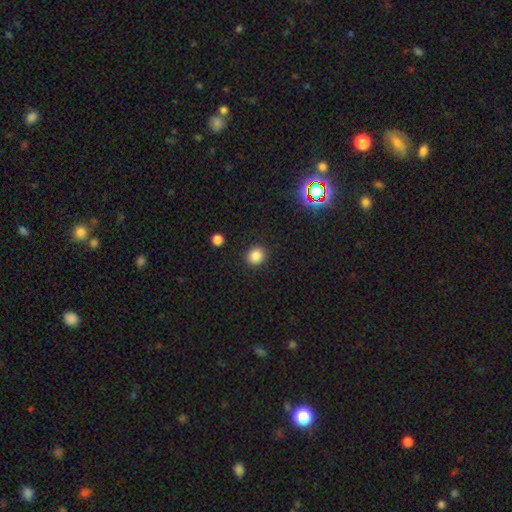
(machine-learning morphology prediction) Smooth or featured? Predicted: smooth (p=0.85). How rounded? Predicted: round (p=0.82). Merging? Predicted: none (p=0.91).